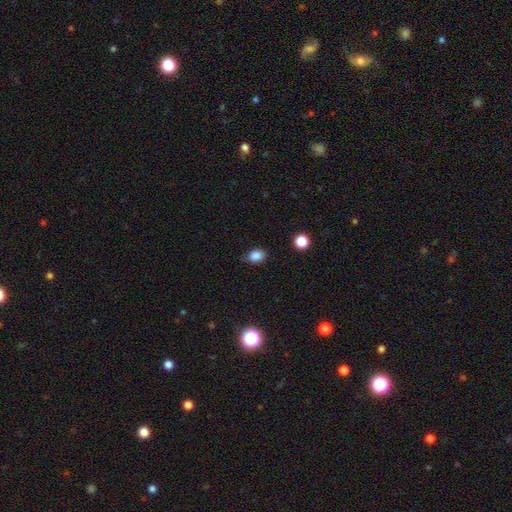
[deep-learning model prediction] Smooth or featured? smooth (85%)
How rounded? in between (67%)
Merging? none (73%)